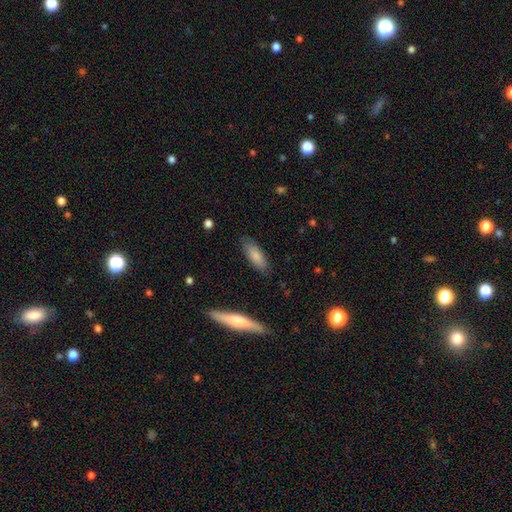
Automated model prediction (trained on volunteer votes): Overall: smooth (81%). How rounded: in between (69%). Merging: none (81%).